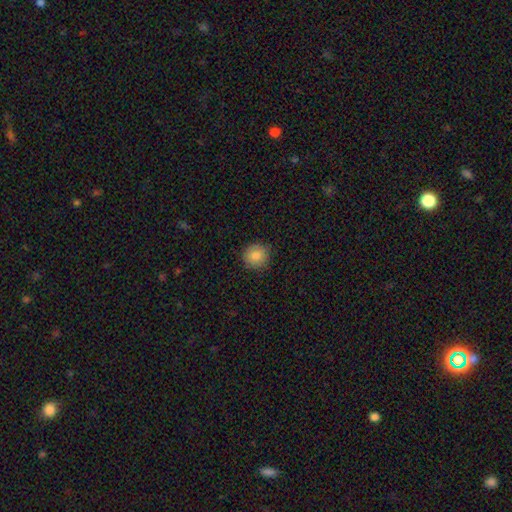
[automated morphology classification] A smooth galaxy with no disk features (85%) that is round (91%). Merging: none (88%).